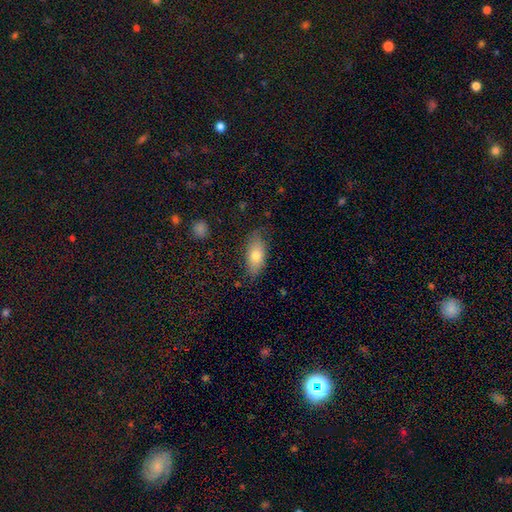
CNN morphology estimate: type=smooth (76%); roundness=in between (86%); merging=none (77%).